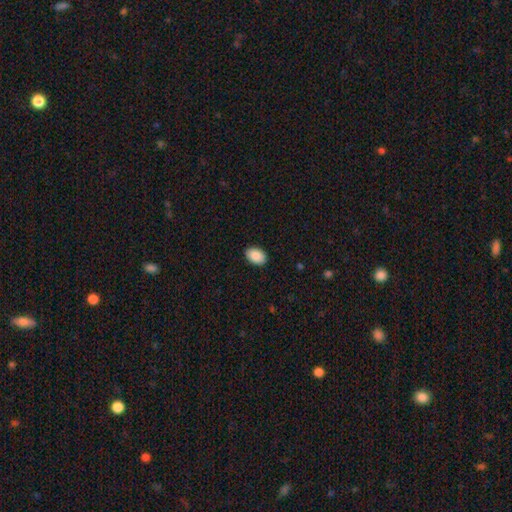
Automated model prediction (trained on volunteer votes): Morphology: type=smooth (89%); roundness=in between (90%); merging=none (89%).